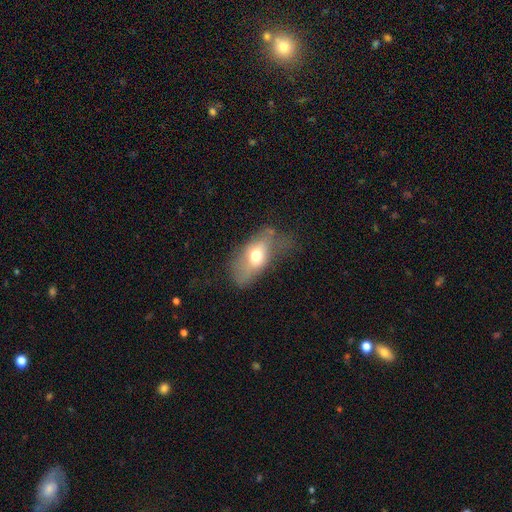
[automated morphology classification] smooth_or_featured: smooth (p=0.61) [alt: featured or disk p=0.30]
how_rounded: in between (p=0.85) [alt: round p=0.08]
merging: none (p=0.46) [alt: minor disturbance p=0.30]